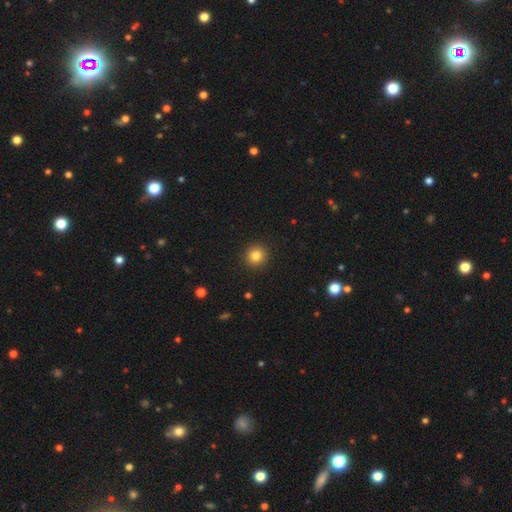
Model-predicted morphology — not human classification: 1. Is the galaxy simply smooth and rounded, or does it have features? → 83% smooth, 11% star or artifact, 6% featured or disk.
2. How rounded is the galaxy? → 93% round, 6% in between, 1% cigar-shaped.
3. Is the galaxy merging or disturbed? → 92% none, 5% minor disturbance, 2% major disturbance, 1% merger.